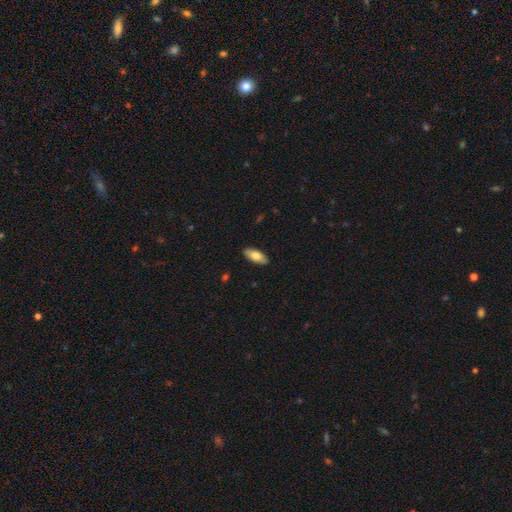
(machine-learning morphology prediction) This appears to be a smooth galaxy with no disk features (74%) that is in between round and cigar-shaped (86%). Merging: none (89%).